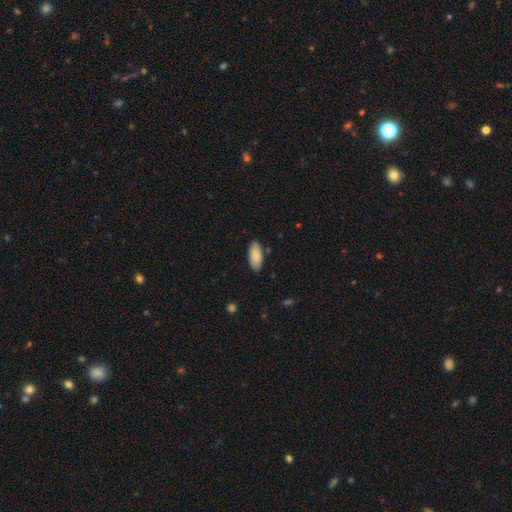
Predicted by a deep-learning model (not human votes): smooth 86%, featured or disk 8%, star or artifact 6%. Down the decision tree: how rounded — in between (87%); merging — none (85%).